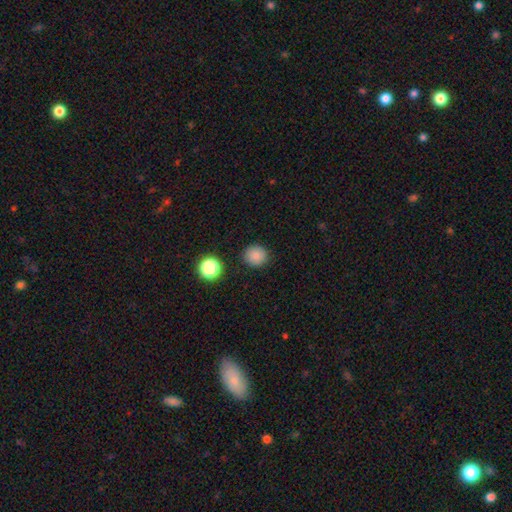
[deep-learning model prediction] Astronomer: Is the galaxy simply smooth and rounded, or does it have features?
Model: smooth — 82%.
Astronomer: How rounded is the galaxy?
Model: round — 92%.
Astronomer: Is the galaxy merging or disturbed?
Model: none — 90%.